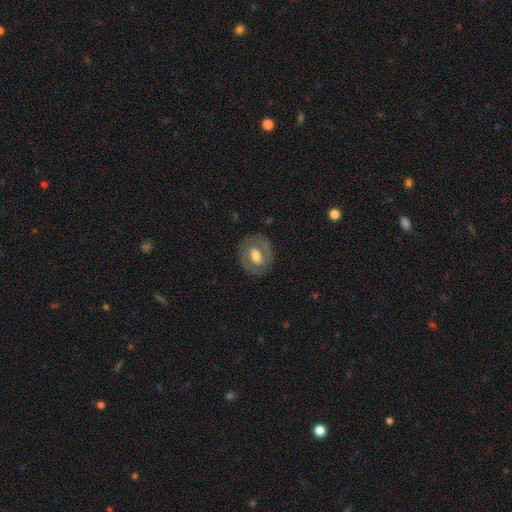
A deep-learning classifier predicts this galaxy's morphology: This is possibly a featured or disk galaxy (52%). It is clearly not viewed edge-on (95%). Merging: clearly none (82%).